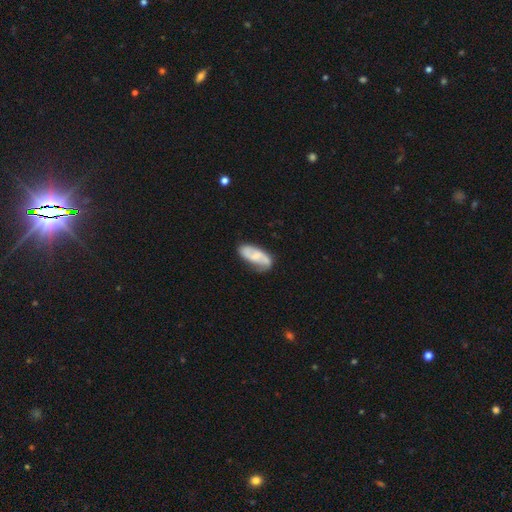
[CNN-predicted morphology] Smooth or featured? featured or disk (59%)
Edge-on disk? no (94%)
Bar? no (48%)
Spiral arms? yes (89%)
Bulge size? small (41%)
Merging? none (65%)